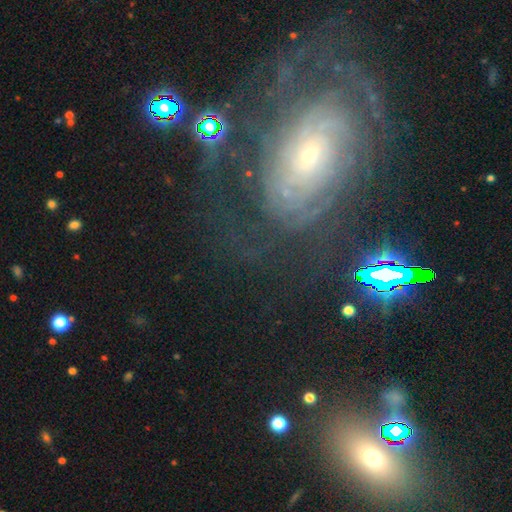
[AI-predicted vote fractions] A featured or disk galaxy (70%) with no bar (70%), tight (74%) spiral arms (90%) and a small central bulge (77%).

Vote fractions:
- Smooth or featured? featured or disk: 70% / star or artifact: 17% / smooth: 13%
- Edge-on disk? no: 94% / yes: 6%
- Bar? no: 70% / weak: 21% / strong: 9%
- Spiral arms? yes: 90% / no: 10%
- Spiral winding? tight: 74% / medium: 20% / loose: 7%
- Spiral arm count? can't tell: 45% / 2: 15% / 3: 12% / 4: 10% / more than 4: 10% / 1: 7%
- Bulge size? small: 77% / moderate: 18% / large: 2% / none: 2% / dominant: 1%
- Merging? none: 70% / minor disturbance: 15% / major disturbance: 12% / merger: 3%